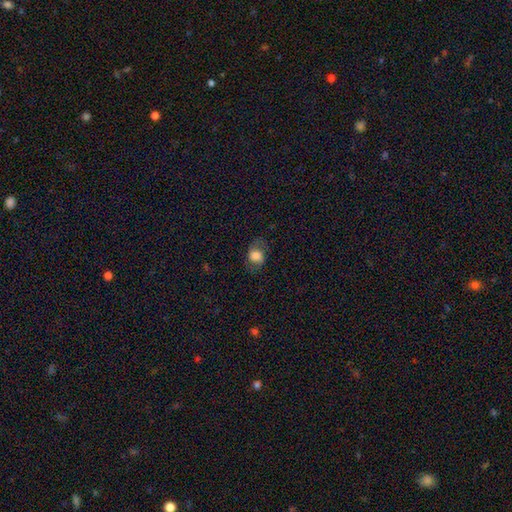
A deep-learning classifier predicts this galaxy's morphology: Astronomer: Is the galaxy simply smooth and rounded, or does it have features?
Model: smooth — 72%.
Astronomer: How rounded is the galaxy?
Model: in between — 56% (runner-up: round, 42%).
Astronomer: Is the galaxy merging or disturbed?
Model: none — 64%.